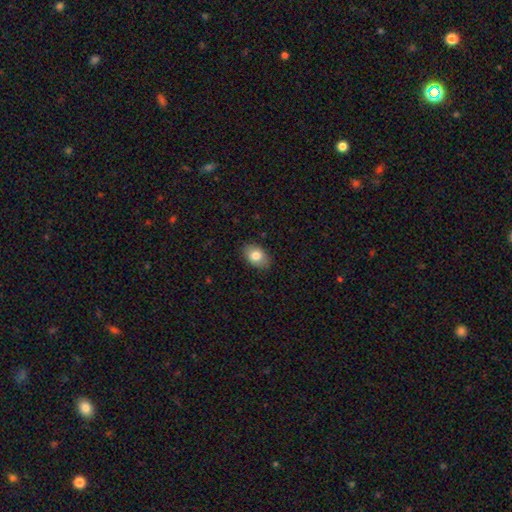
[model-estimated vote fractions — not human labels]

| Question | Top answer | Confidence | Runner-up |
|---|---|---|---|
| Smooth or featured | smooth | 82% | featured or disk (11%) |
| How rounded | in between | 84% | round (15%) |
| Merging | none | 87% | minor disturbance (10%) |